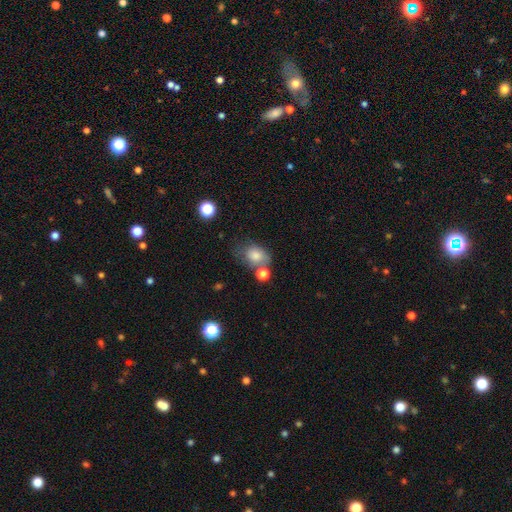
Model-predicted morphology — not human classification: Q: Smooth or featured?
A: smooth (80%); runner-up: featured or disk (10%)
Q: How rounded?
A: in between (67%); runner-up: round (32%)
Q: Merging?
A: none (46%); runner-up: minor disturbance (24%)